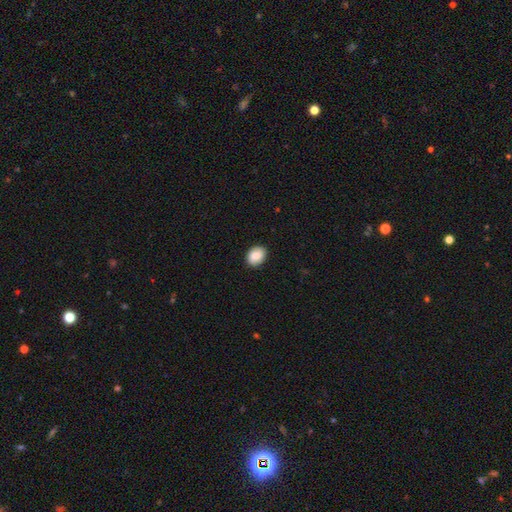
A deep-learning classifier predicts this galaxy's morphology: Q: Smooth or featured?
A: smooth (79%); runner-up: featured or disk (14%)
Q: How rounded?
A: in between (55%); runner-up: round (44%)
Q: Merging?
A: none (89%); runner-up: minor disturbance (8%)